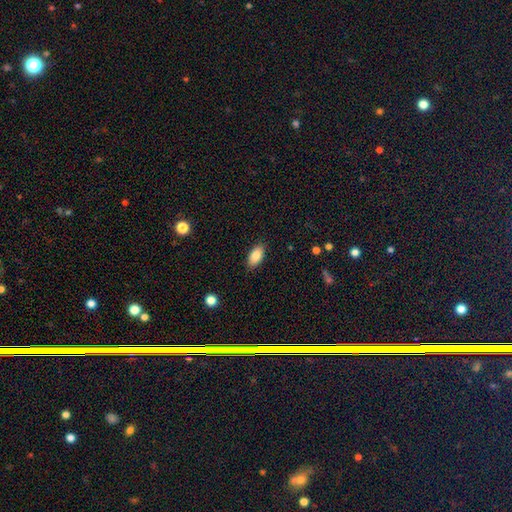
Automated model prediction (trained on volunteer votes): Q: Smooth or featured?
A: smooth (85%); runner-up: featured or disk (8%)
Q: How rounded?
A: in between (92%); runner-up: cigar-shaped (4%)
Q: Merging?
A: none (88%); runner-up: minor disturbance (9%)